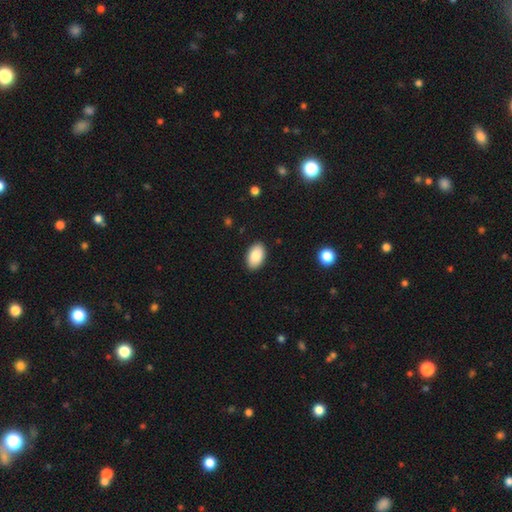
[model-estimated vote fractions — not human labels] Smooth or featured?
  - smooth: 88% *
  - star or artifact: 7%
  - featured or disk: 5%
How rounded?
  - in between: 94% *
  - round: 5%
  - cigar-shaped: 1%
Merging?
  - none: 90% *
  - minor disturbance: 8%
  - major disturbance: 2%
  - merger: 1%